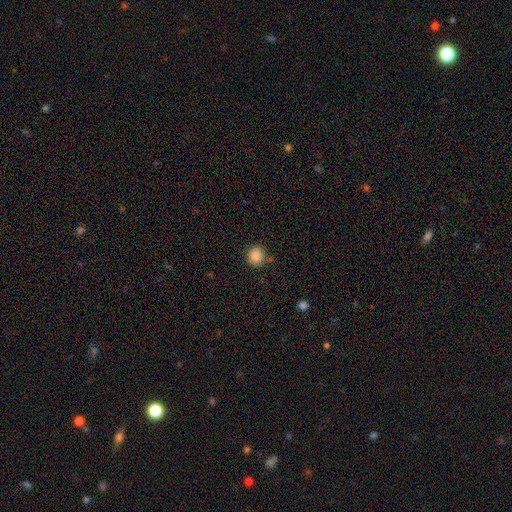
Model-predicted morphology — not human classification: Smooth or featured?
  - smooth: 85% *
  - star or artifact: 10%
  - featured or disk: 5%
How rounded?
  - round: 80% *
  - in between: 19%
  - cigar-shaped: 1%
Merging?
  - none: 80% *
  - minor disturbance: 12%
  - merger: 5%
  - major disturbance: 3%